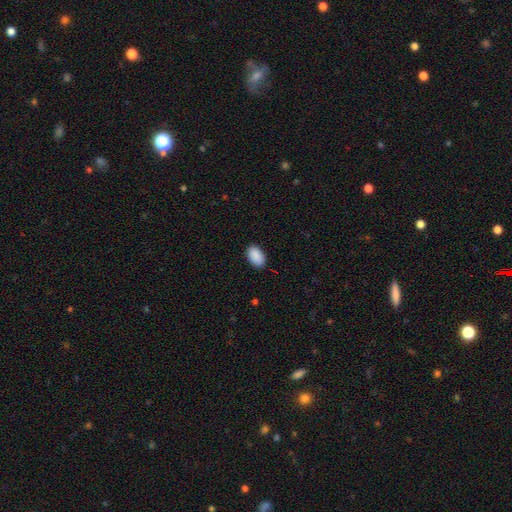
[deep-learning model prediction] This appears to be a smooth galaxy with no disk features (91%) that is in between round and cigar-shaped (92%). Merging: none (88%).